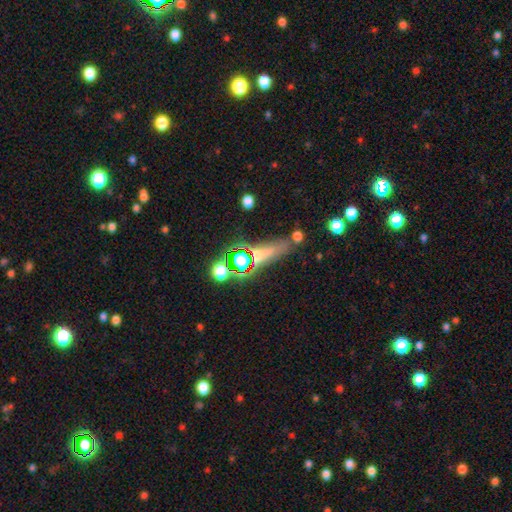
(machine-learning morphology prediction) A star or artifact, not a galaxy (44%).